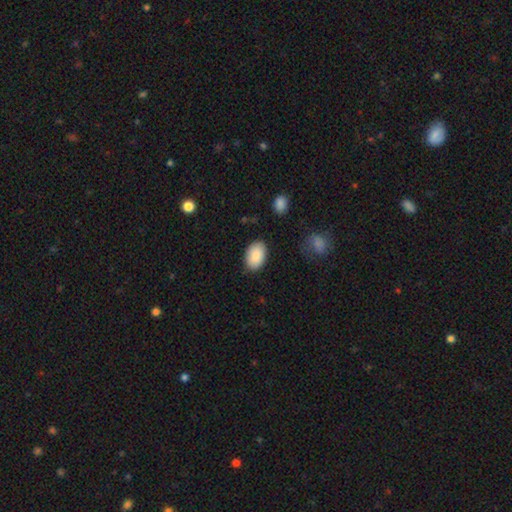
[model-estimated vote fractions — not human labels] smooth-or-featured: smooth: 89% | star or artifact: 6% | featured or disk: 5%
  how-rounded: in between: 89% | round: 10% | cigar-shaped: 1%
  merging: none: 84% | minor disturbance: 12% | major disturbance: 3% | merger: 1%